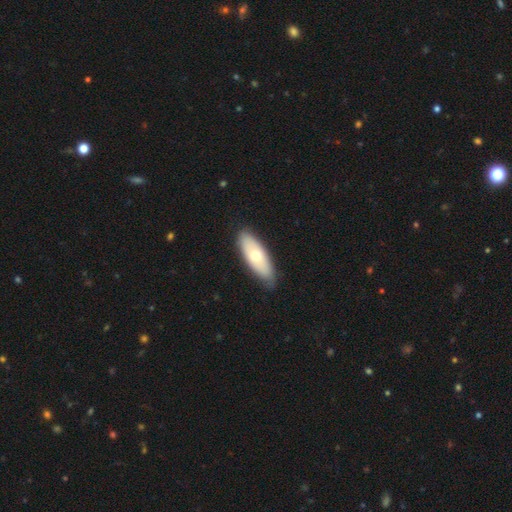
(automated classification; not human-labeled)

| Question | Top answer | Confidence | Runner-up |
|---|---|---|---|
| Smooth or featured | smooth | 59% | featured or disk (35%) |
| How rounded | in between | 72% | cigar-shaped (25%) |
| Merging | none | 83% | minor disturbance (14%) |